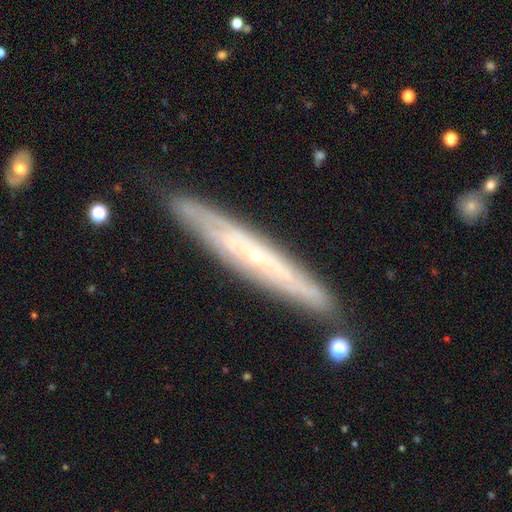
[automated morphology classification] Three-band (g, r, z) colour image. It shows a featured or disk galaxy (72%) viewed edge-on (75%) with no central bulge (50%). Merging: none (86%).